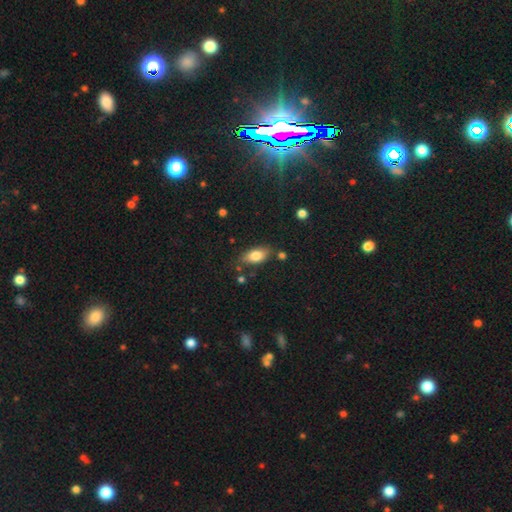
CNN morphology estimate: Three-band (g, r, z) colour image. It shows a smooth galaxy with no disk features (79%) that is in between round and cigar-shaped (88%). Merging: none (76%).